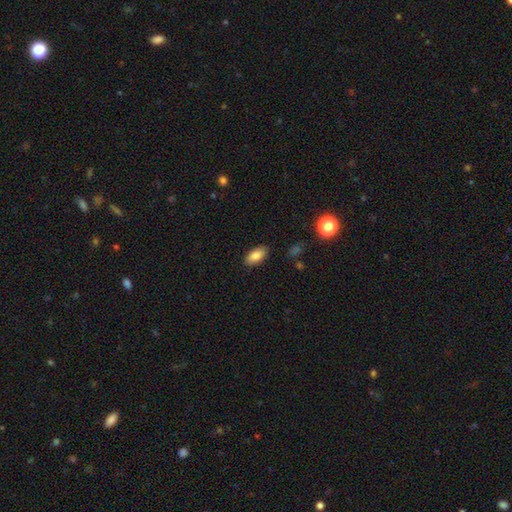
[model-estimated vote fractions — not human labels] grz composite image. It shows a smooth galaxy with no disk features (85%) that is in between round and cigar-shaped (92%). Merging: none (86%).